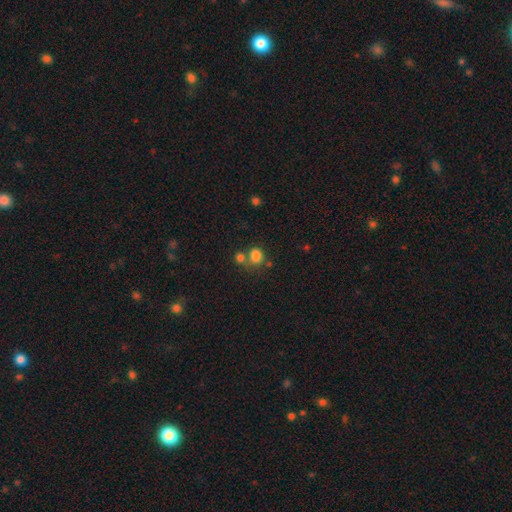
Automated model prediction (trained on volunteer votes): smooth-or-featured: smooth: 81% | star or artifact: 13% | featured or disk: 7%
  how-rounded: round: 66% | in between: 34% | cigar-shaped: 1%
  merging: none: 51% | merger: 32% | minor disturbance: 11% | major disturbance: 6%